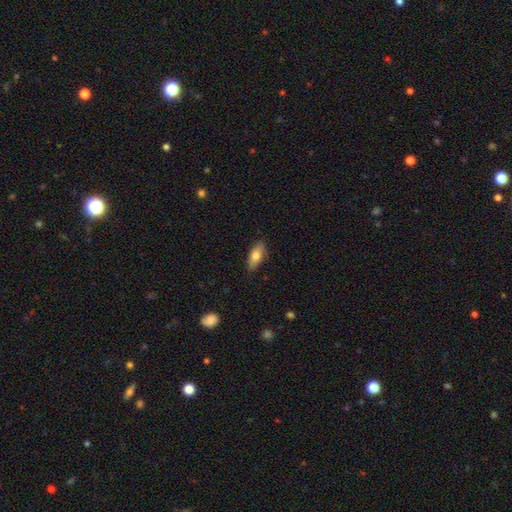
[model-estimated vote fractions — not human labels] This is likely a smooth galaxy (78%). How rounded: likely in between (80%). Merging: clearly none (83%).